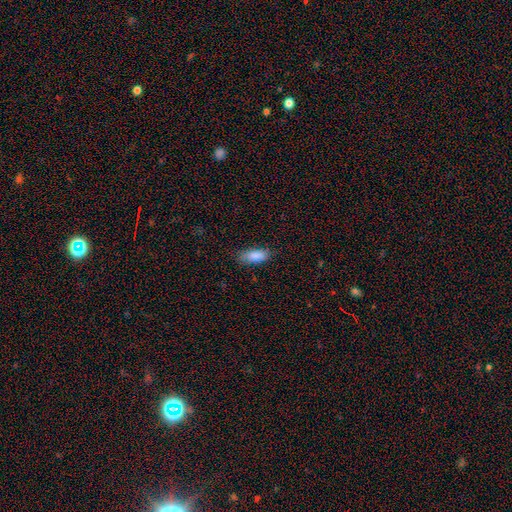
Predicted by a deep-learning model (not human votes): The model was most divided on "how rounded": in between: 80%, cigar-shaped: 18%, round: 2%. More confident: smooth or featured — smooth (87%); merging — none (80%).